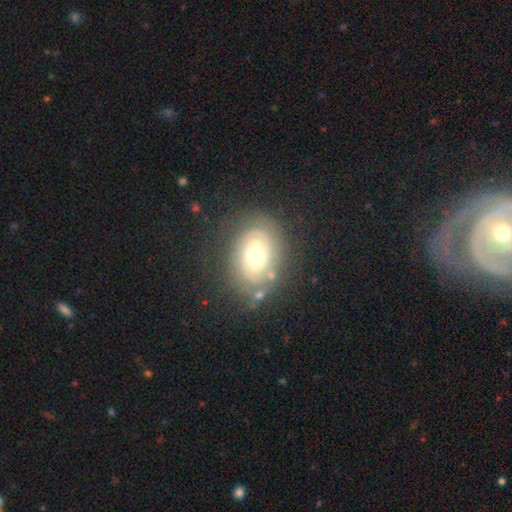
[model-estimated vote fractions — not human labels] Smooth or featured?
  - featured or disk: 66% *
  - smooth: 26%
  - star or artifact: 8%
Edge-on disk?
  - no: 95% *
  - yes: 5%
Bar?
  - no: 84% *
  - weak: 13%
  - strong: 4%
Spiral arms?
  - yes: 75% *
  - no: 25%
Bulge size?
  - moderate: 62% *
  - small: 26%
  - large: 9%
  - dominant: 2%
  - none: 1%
Merging?
  - none: 73% *
  - minor disturbance: 16%
  - major disturbance: 8%
  - merger: 3%